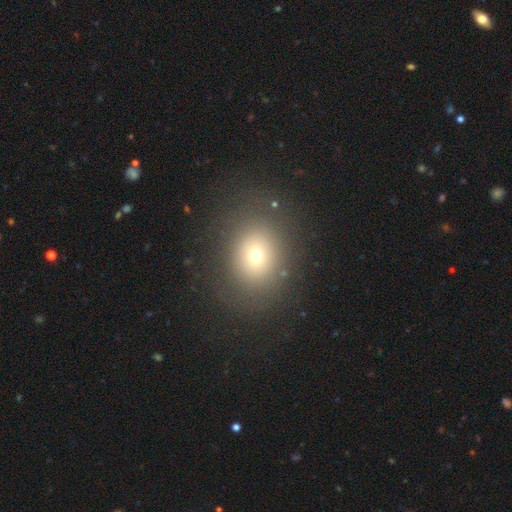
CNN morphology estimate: Smooth or featured: smooth — 68% (star or artifact — 18%)
How rounded: round — 60% (in between — 39%)
Merging: none — 82% (minor disturbance — 10%)